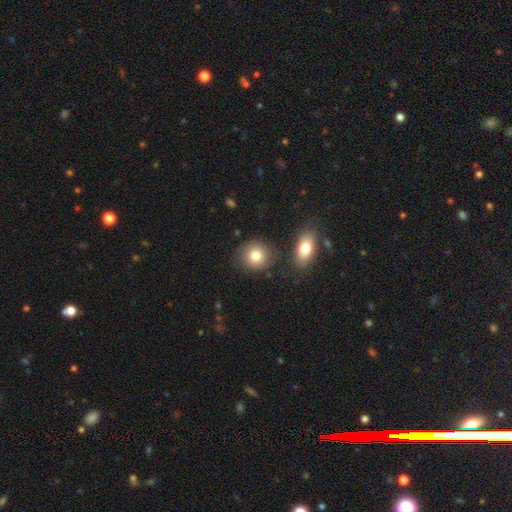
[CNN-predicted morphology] Smooth or featured: smooth — 81% (featured or disk — 10%)
How rounded: round — 84% (in between — 15%)
Merging: none — 79% (minor disturbance — 10%)